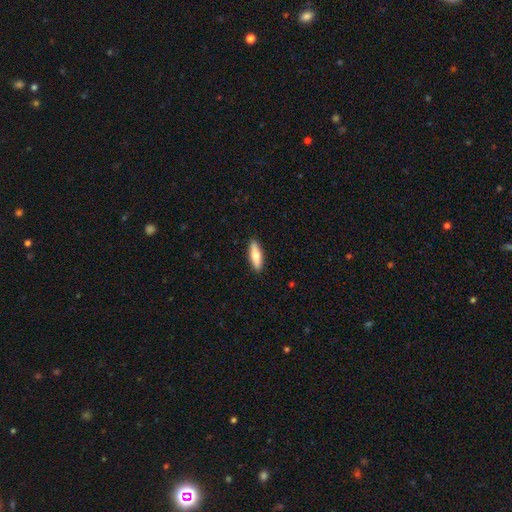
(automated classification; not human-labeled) smooth 72%, featured or disk 23%, star or artifact 5%. Down the decision tree: how rounded — cigar-shaped (56%); merging — none (90%).